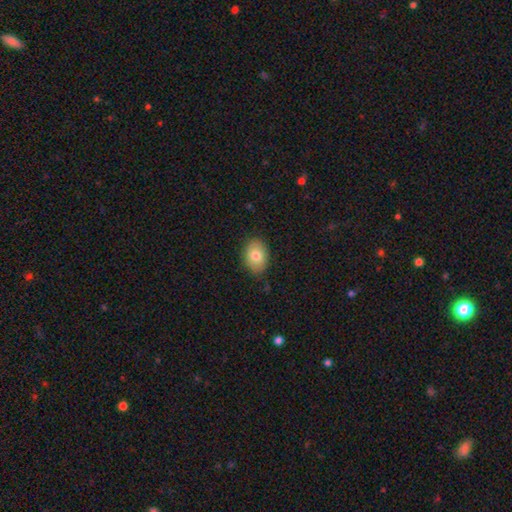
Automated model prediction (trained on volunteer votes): smooth 79%, featured or disk 13%, star or artifact 8%. Down the decision tree: how rounded — in between (75%); merging — none (84%).